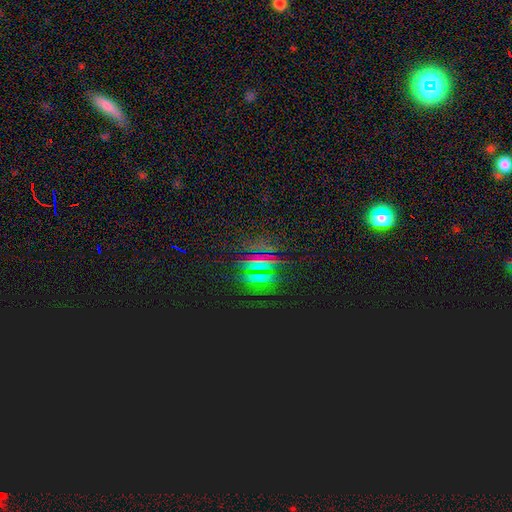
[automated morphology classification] Smooth or featured: star or artifact — 70% (smooth — 18%)